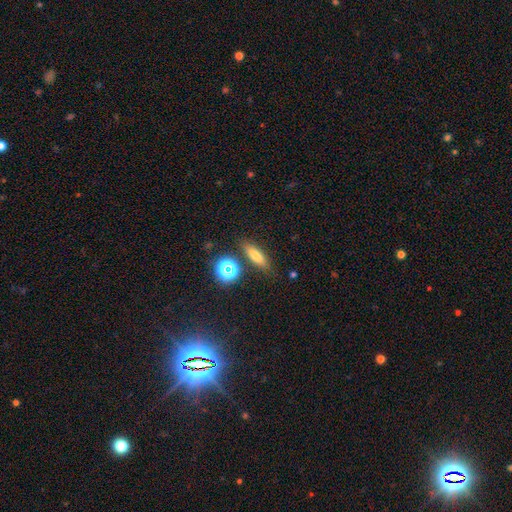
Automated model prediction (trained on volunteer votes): A smooth galaxy with no disk features (69%) that is cigar-shaped (50%).

Vote fractions:
- Smooth or featured? smooth: 69% / featured or disk: 15% / star or artifact: 15%
- How rounded? cigar-shaped: 50% / in between: 41% / round: 9%
- Merging? none: 80% / minor disturbance: 11% / merger: 5% / major disturbance: 4%